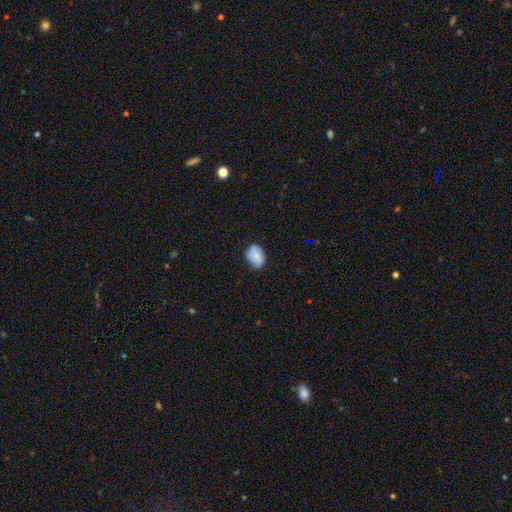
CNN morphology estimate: smooth 72%, featured or disk 20%, star or artifact 8%. Down the decision tree: how rounded — in between (78%); merging — none (66%).